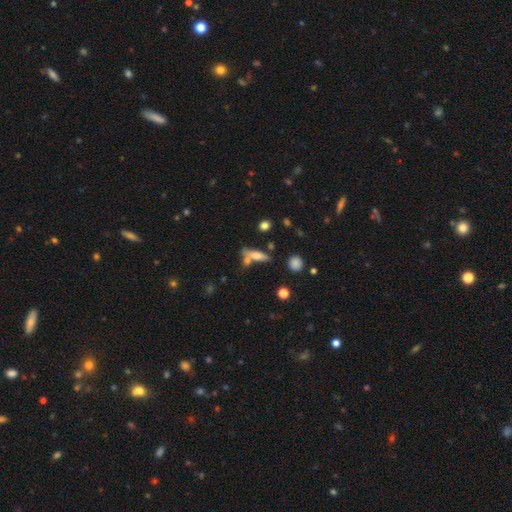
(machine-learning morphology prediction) This is likely a smooth galaxy (63%). How rounded: likely cigar-shaped (61%). Merging: possibly none (56%).